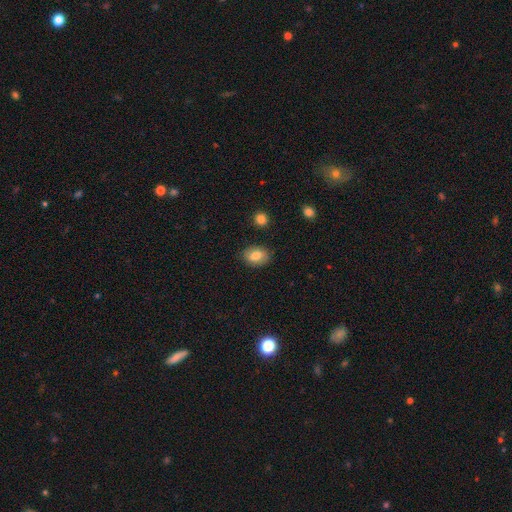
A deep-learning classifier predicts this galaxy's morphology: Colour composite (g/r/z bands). It shows a smooth galaxy with no disk features (79%) that is in between round and cigar-shaped (74%). Merging: none (84%).